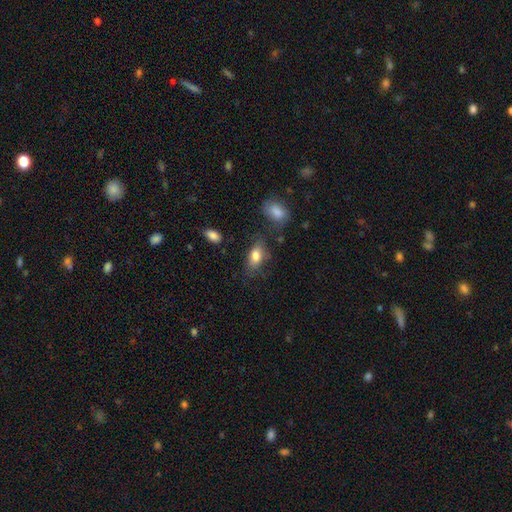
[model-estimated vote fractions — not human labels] Smooth or featured? Predicted: smooth (p=0.81). How rounded? Predicted: in between (p=0.88). Merging? Predicted: none (p=0.65).